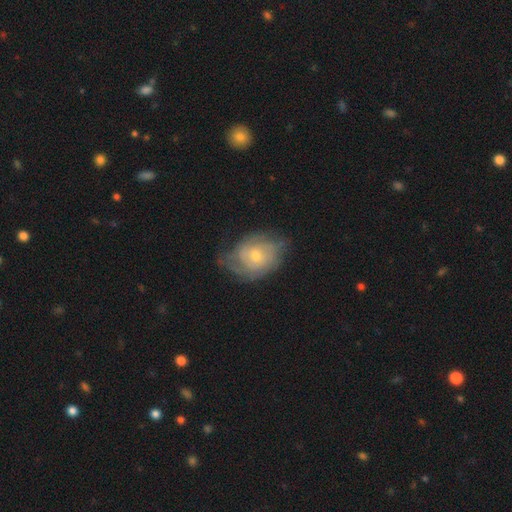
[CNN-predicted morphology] Smooth or featured: featured or disk — 64% (smooth — 29%)
Edge-on disk: no — 96% (yes — 4%)
Bar: no — 76% (weak — 21%)
Spiral arms: yes — 79% (no — 21%)
Bulge size: small — 53% (moderate — 43%)
Merging: none — 58% (minor disturbance — 28%)